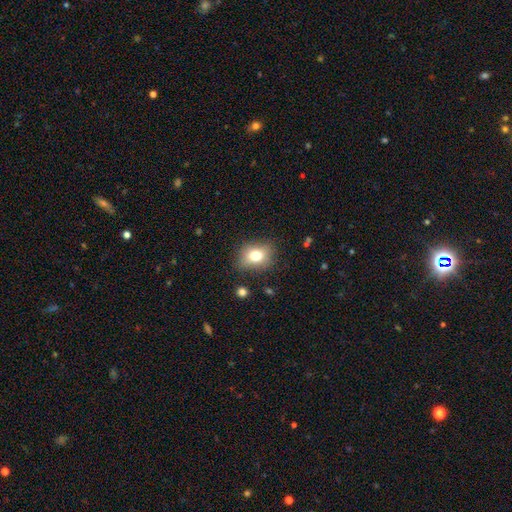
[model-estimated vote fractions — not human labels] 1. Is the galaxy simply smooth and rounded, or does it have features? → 73% smooth, 15% featured or disk, 11% star or artifact.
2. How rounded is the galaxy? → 56% in between, 42% round, 2% cigar-shaped.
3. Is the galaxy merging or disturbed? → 78% none, 15% minor disturbance, 5% major disturbance, 2% merger.